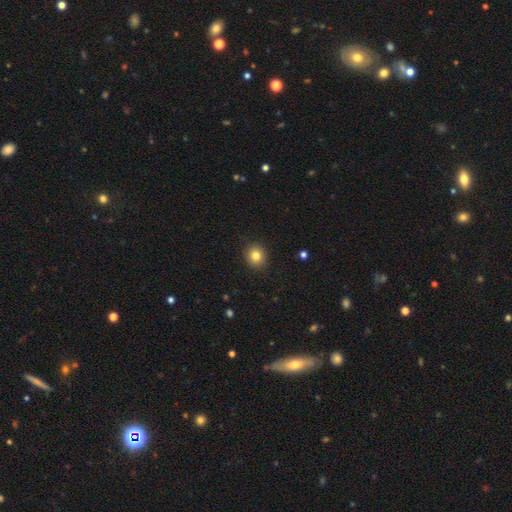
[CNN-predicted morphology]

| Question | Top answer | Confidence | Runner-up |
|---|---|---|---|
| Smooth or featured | smooth | 82% | star or artifact (11%) |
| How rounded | round | 81% | in between (18%) |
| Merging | none | 90% | minor disturbance (7%) |